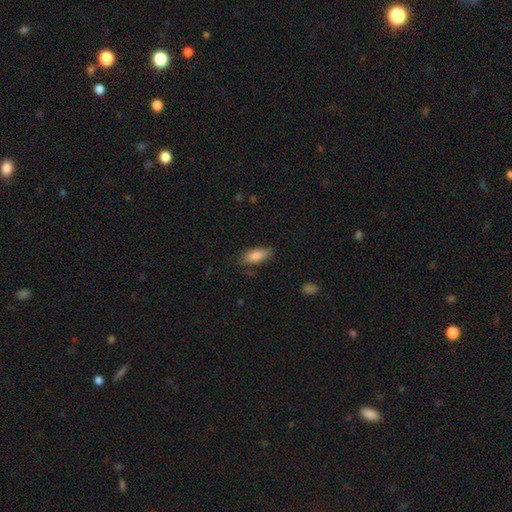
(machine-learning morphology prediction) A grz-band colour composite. It shows a smooth galaxy with no disk features (85%) that is in between round and cigar-shaped (79%). Merging: none (78%).